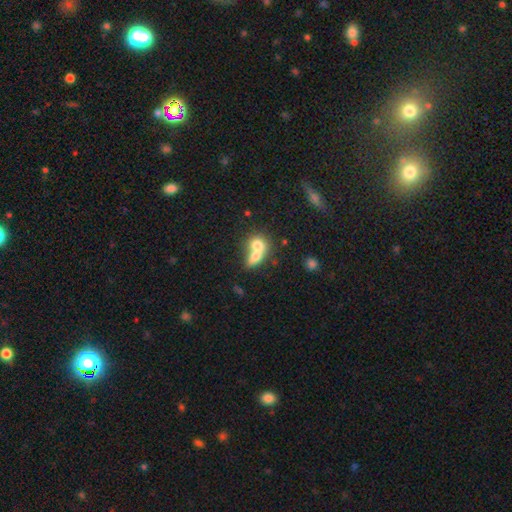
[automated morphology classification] A smooth galaxy with no disk features (71%) that is in between round and cigar-shaped (58%). Merging: merger (74%).